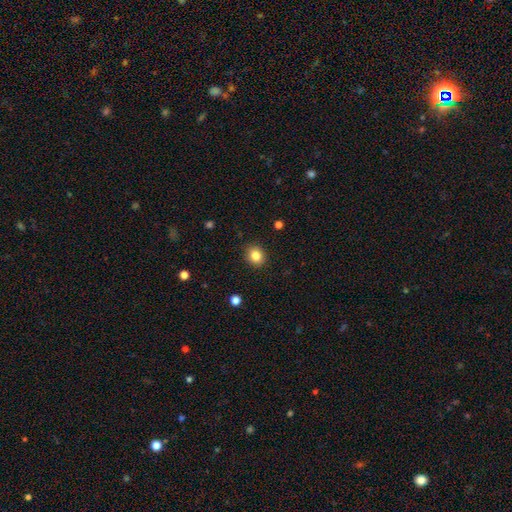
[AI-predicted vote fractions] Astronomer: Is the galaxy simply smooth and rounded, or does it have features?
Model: smooth — 84%.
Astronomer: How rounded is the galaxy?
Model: round — 74%.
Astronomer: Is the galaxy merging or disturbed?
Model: none — 90%.